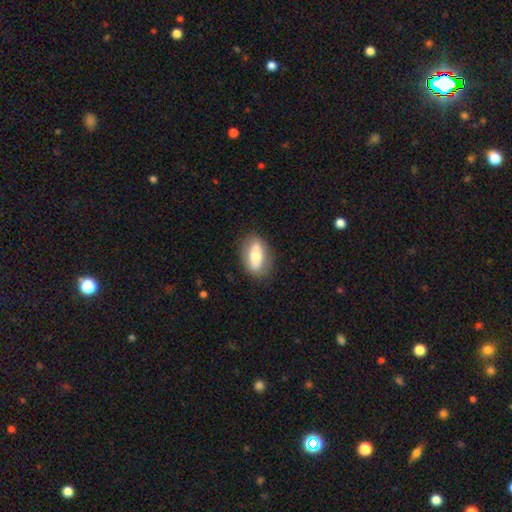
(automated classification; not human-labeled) Smooth or featured?
  - smooth: 57% *
  - featured or disk: 37%
  - star or artifact: 7%
How rounded?
  - in between: 85% *
  - cigar-shaped: 8%
  - round: 7%
Merging?
  - none: 81% *
  - minor disturbance: 13%
  - major disturbance: 4%
  - merger: 1%